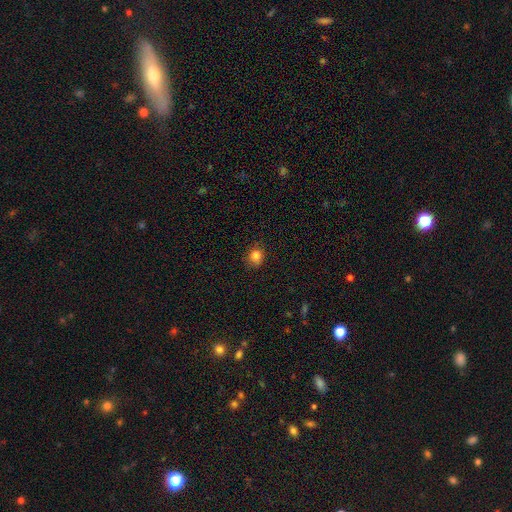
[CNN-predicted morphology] The model was most divided on "how rounded": round: 75%, in between: 24%, cigar-shaped: 1%. More confident: smooth or featured — smooth (83%); merging — none (80%).